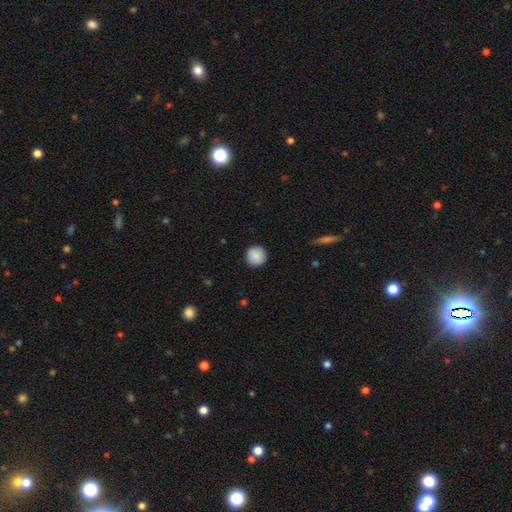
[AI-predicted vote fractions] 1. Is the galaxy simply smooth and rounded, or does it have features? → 89% smooth, 7% star or artifact, 4% featured or disk.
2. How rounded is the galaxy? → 95% round, 4% in between, 1% cigar-shaped.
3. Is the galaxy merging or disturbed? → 91% none, 6% minor disturbance, 2% major disturbance, 1% merger.